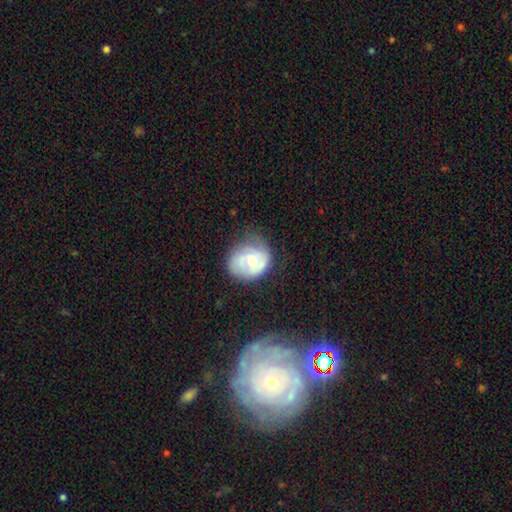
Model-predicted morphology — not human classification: This is possibly a featured or disk galaxy (54%). It is clearly not viewed edge-on (96%). Bar: likely no (66%). Spiral arm pattern: likely yes (72%). Central bulge: possibly small (51%). Merging: possibly none (58%).